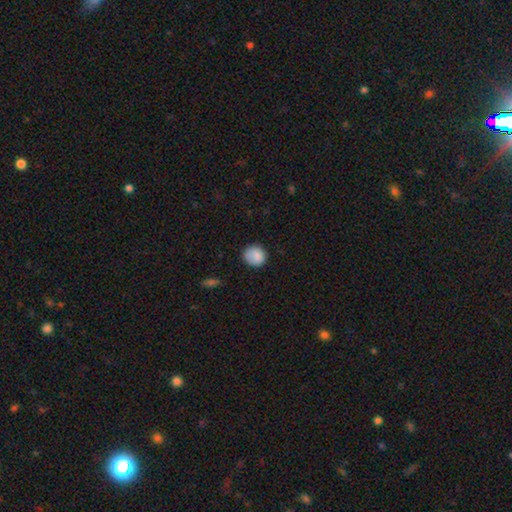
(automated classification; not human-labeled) Smooth or featured? smooth (86%)
How rounded? round (86%)
Merging? none (80%)